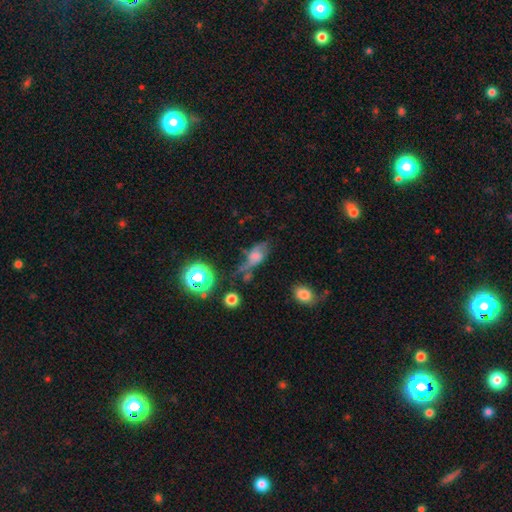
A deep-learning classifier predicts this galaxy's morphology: Smooth or featured?
  - smooth: 51% *
  - featured or disk: 31%
  - star or artifact: 17%
How rounded?
  - in between: 75% *
  - round: 14%
  - cigar-shaped: 11%
Merging?
  - none: 32% *
  - major disturbance: 28%
  - minor disturbance: 26%
  - merger: 14%